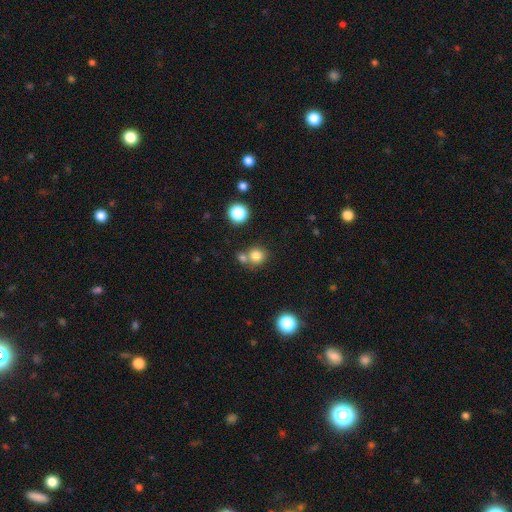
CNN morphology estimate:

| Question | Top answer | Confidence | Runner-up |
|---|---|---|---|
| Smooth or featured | smooth | 80% | star or artifact (14%) |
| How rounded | round | 87% | in between (12%) |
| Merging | none | 59% | merger (30%) |